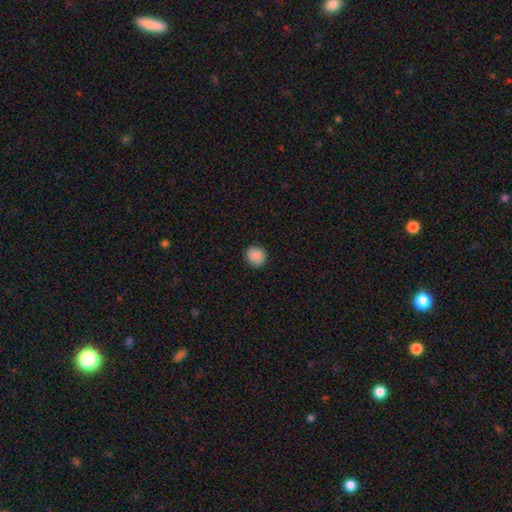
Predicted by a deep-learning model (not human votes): Smooth or featured: smooth — 89% (star or artifact — 8%)
How rounded: round — 87% (in between — 12%)
Merging: none — 90% (minor disturbance — 7%)